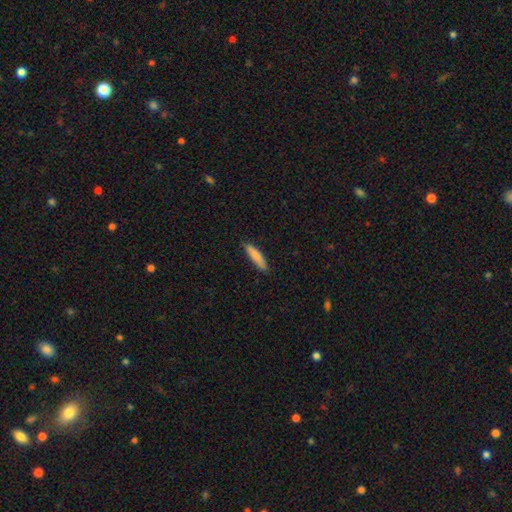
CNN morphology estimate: smooth 80%, featured or disk 14%, star or artifact 6%. Down the decision tree: how rounded — cigar-shaped (80%); merging — none (83%).